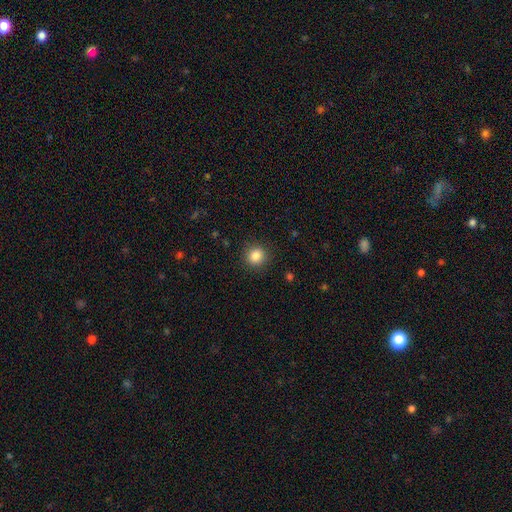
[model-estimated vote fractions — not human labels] This is clearly a smooth galaxy (85%). How rounded: clearly round (90%). Merging: clearly none (90%).